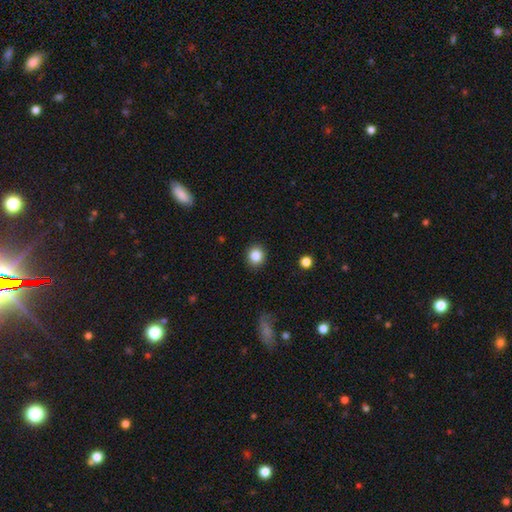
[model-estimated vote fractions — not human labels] Smooth or featured? smooth (85%)
How rounded? round (85%)
Merging? none (91%)